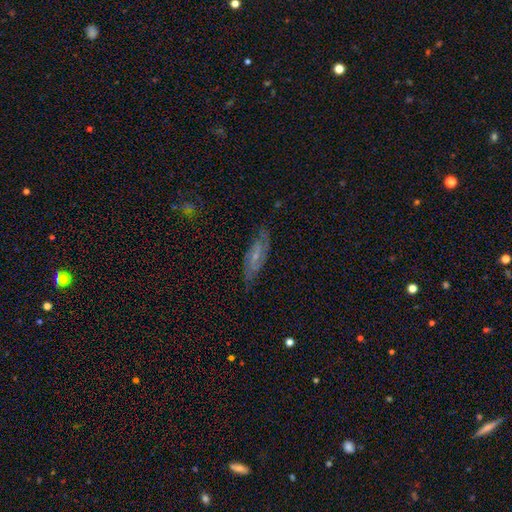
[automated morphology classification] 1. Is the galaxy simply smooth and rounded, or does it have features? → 70% featured or disk, 20% smooth, 10% star or artifact.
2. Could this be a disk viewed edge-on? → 85% no, 15% yes.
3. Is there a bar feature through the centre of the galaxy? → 47% weak, 34% no, 19% strong.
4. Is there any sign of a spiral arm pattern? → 90% yes, 10% no.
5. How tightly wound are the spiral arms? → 46% medium, 34% tight, 20% loose.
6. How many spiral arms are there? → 77% 2, 14% can't tell, 3% 3, 2% 1, 2% 4, 2% more than 4.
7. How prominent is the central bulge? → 65% small, 24% moderate, 9% none, 2% large, 1% dominant.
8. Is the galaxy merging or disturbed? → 77% none, 16% minor disturbance, 5% major disturbance, 1% merger.